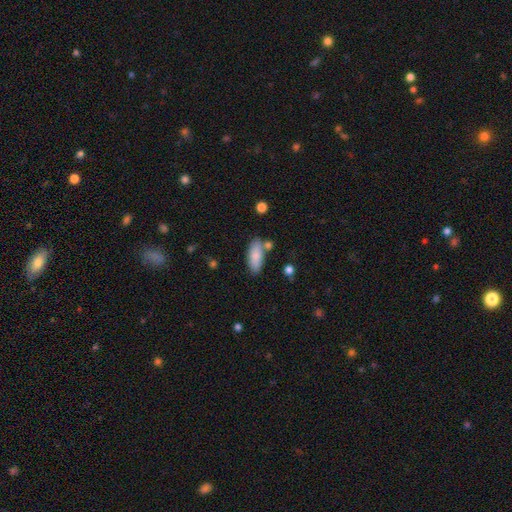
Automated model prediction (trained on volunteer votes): Overall: smooth (84%). How rounded: in between (78%). Merging: none (71%).